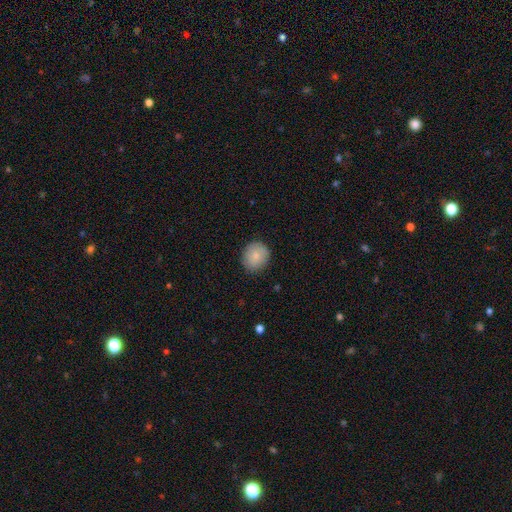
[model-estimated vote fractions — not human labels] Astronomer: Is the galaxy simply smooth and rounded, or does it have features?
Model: smooth — 84%.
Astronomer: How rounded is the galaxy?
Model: round — 82%.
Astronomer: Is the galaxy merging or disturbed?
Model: none — 87%.